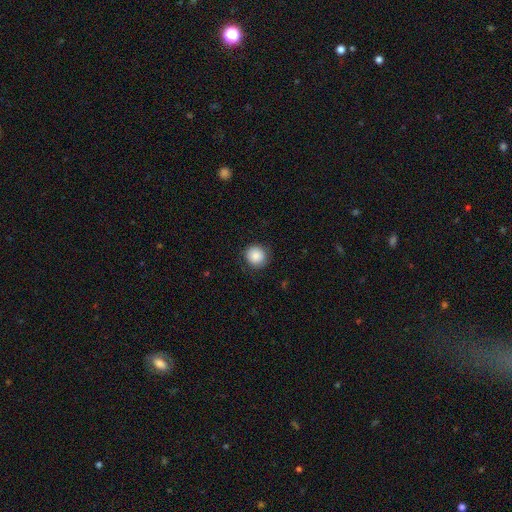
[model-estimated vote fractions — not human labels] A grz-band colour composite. It shows a smooth galaxy with no disk features (87%) that is round (93%). Merging: none (86%).